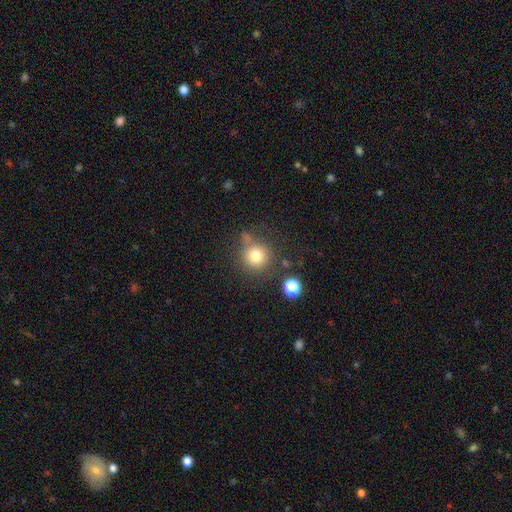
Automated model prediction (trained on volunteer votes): Smooth or featured?
  - smooth: 76% *
  - star or artifact: 14%
  - featured or disk: 10%
How rounded?
  - round: 92% *
  - in between: 7%
  - cigar-shaped: 1%
Merging?
  - none: 69% *
  - minor disturbance: 14%
  - merger: 11%
  - major disturbance: 6%